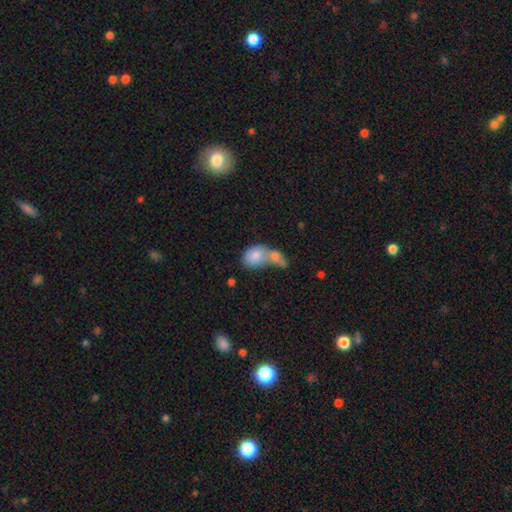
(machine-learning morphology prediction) This is likely a smooth galaxy (78%). How rounded: likely in between (74%). Merging: likely merger (69%).